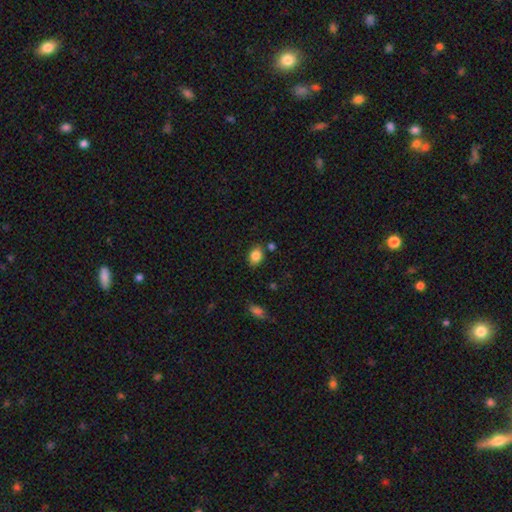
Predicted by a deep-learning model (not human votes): Morphology: type=smooth (84%); roundness=in between (75%); merging=none (78%).